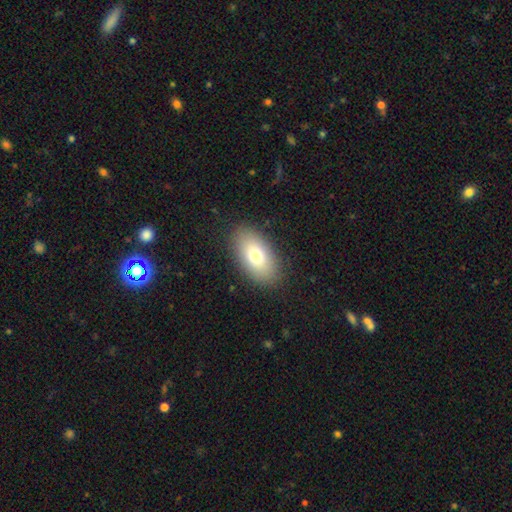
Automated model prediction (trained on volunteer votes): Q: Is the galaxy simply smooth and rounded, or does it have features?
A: smooth — 74%.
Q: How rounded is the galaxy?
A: in between — 92%.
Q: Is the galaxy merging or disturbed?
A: none — 87%.